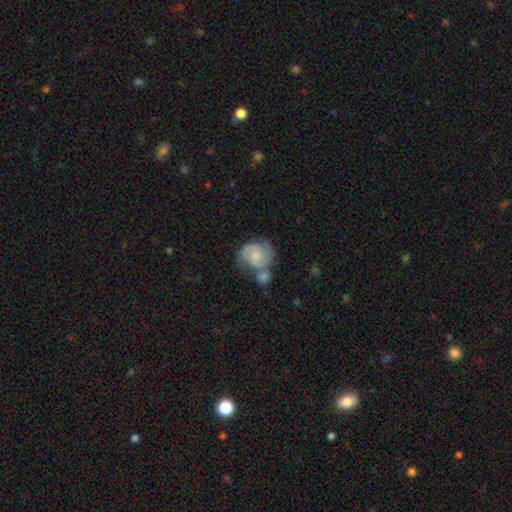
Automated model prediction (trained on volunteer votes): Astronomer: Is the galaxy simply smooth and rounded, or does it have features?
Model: featured or disk — 65%.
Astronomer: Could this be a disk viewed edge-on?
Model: no — 98%.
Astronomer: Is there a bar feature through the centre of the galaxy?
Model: no — 70%.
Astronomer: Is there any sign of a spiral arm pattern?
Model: yes — 89%.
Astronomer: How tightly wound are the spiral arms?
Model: medium — 48% (runner-up: tight, 35%).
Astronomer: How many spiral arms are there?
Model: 2 — 73%.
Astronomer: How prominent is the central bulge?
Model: small — 56%.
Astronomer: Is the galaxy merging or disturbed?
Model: merger — 40% (runner-up: none, 32%).